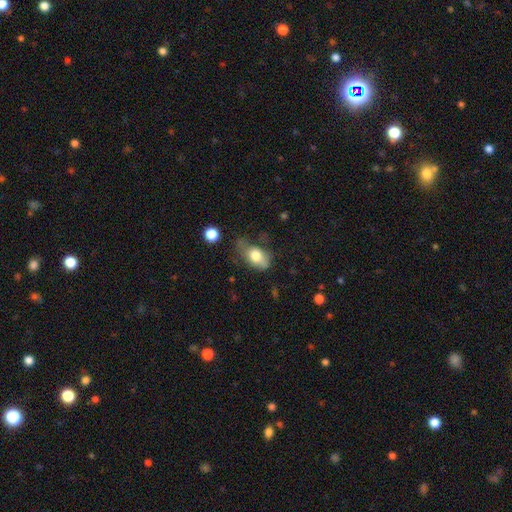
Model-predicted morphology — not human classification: smooth_or_featured: smooth (p=0.73) [alt: featured or disk p=0.19]
how_rounded: in between (p=0.85) [alt: round p=0.12]
merging: none (p=0.36) [tied with: minor disturbance p=0.36]